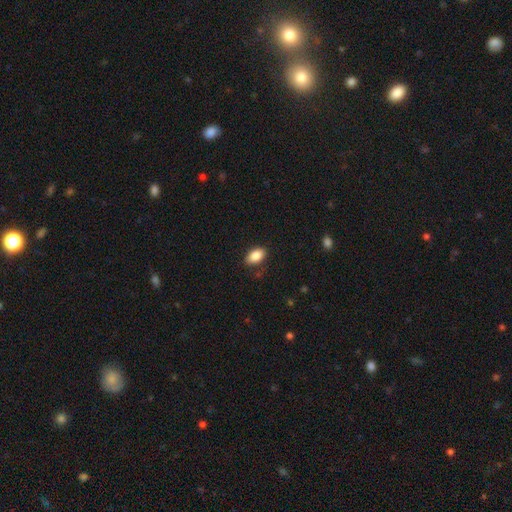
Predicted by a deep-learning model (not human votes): Smooth or featured: smooth — 87% (star or artifact — 7%)
How rounded: in between — 92% (round — 6%)
Merging: none — 84% (minor disturbance — 12%)